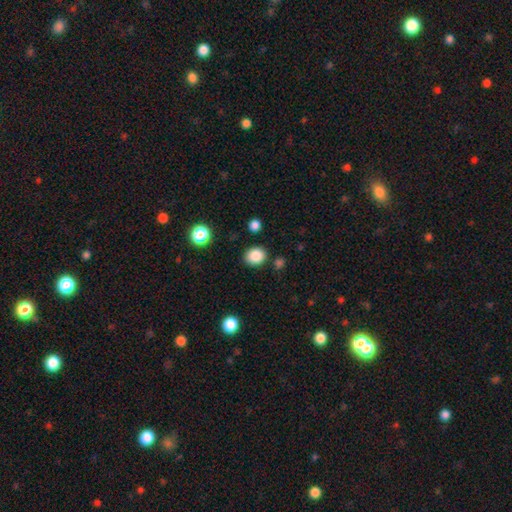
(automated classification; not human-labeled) Smooth or featured: smooth — 86% (star or artifact — 10%)
How rounded: round — 64% (in between — 36%)
Merging: none — 83% (minor disturbance — 10%)